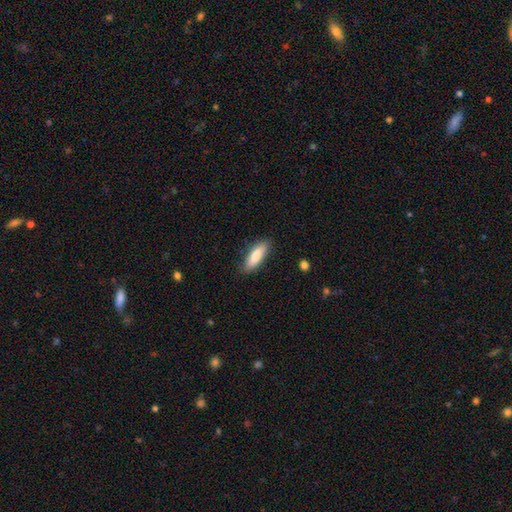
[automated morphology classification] smooth_or_featured: smooth (p=0.81) [alt: featured or disk p=0.13]
how_rounded: in between (p=0.56) [alt: cigar-shaped p=0.42]
merging: none (p=0.84) [alt: minor disturbance p=0.12]